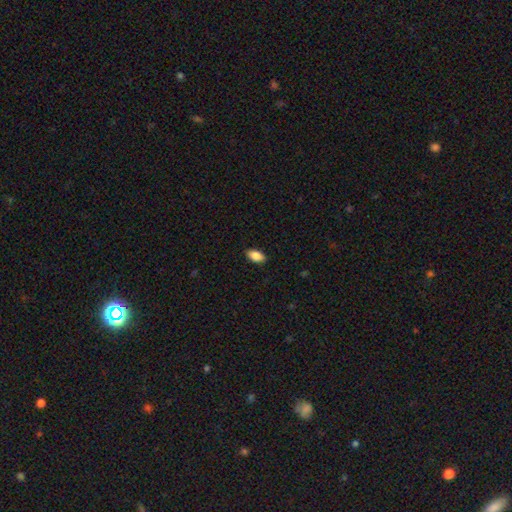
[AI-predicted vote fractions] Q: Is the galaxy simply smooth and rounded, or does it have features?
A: smooth — 86%.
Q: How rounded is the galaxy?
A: in between — 93%.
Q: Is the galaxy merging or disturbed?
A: none — 88%.